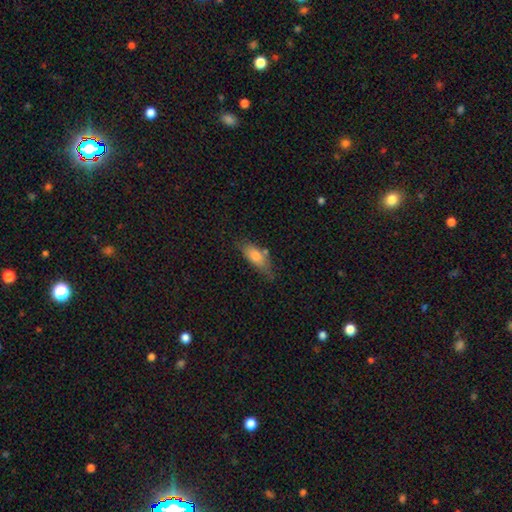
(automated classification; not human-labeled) Smooth or featured: smooth — 75% (featured or disk — 17%)
How rounded: in between — 74% (cigar-shaped — 23%)
Merging: none — 58% (minor disturbance — 27%)